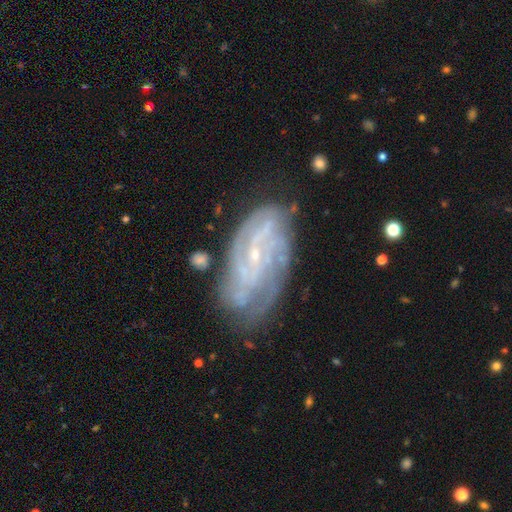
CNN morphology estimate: Smooth or featured? Predicted: featured or disk (p=0.86). Edge-on disk? Predicted: no (p=0.96). Bar? Predicted: no (p=0.48). Spiral arms? Predicted: yes (p=0.95). Spiral winding? Predicted: tight (p=0.61). Spiral arm count? Predicted: can't tell (p=0.28). Bulge size? Predicted: small (p=0.84). Merging? Predicted: none (p=0.64).